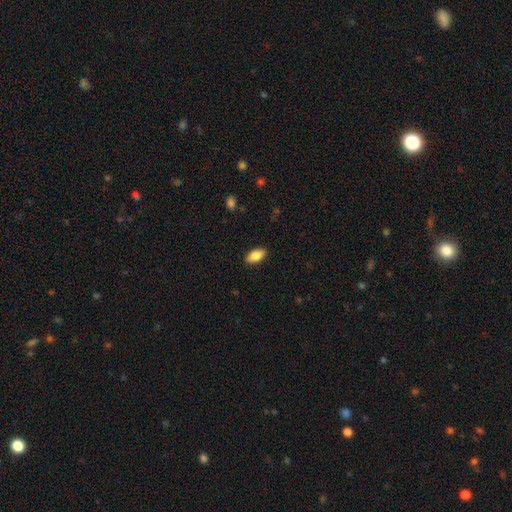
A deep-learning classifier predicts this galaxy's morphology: Overall: smooth (85%). How rounded: in between (91%). Merging: none (89%).